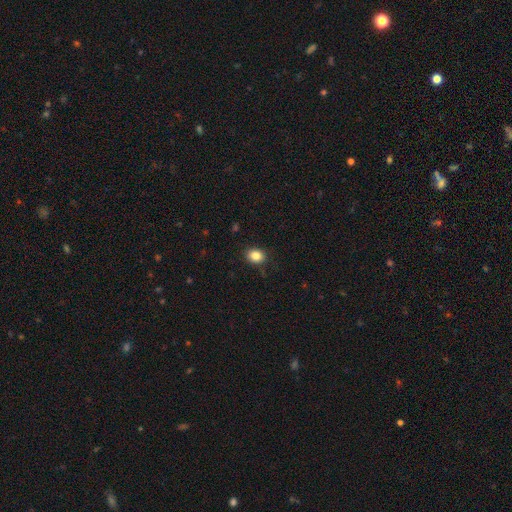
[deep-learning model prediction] smooth_or_featured: smooth (p=0.85) [alt: star or artifact p=0.10]
how_rounded: in between (p=0.56) [alt: round p=0.43]
merging: none (p=0.87) [alt: minor disturbance p=0.09]